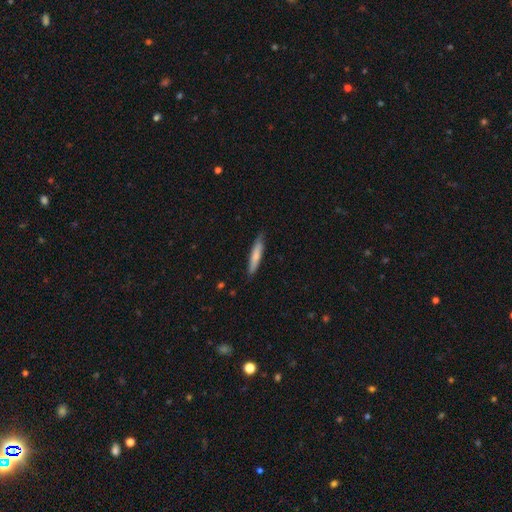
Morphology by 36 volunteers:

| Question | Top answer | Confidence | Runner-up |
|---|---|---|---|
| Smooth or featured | smooth | 72% | featured or disk (25%) |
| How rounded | cigar-shaped | 96% | in between (4%) |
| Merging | none | 80% | minor disturbance (17%) |